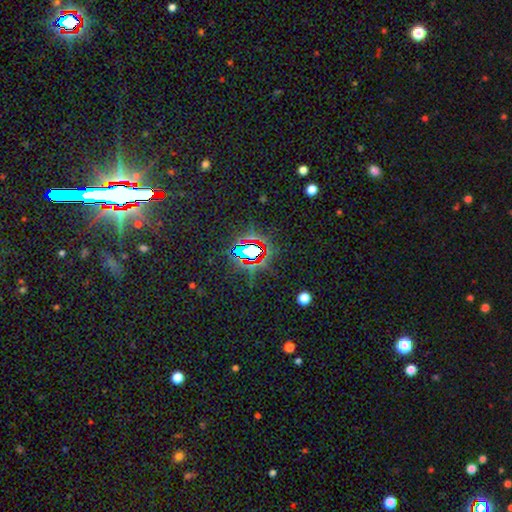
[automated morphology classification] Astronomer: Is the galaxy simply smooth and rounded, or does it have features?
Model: star or artifact — 77%.